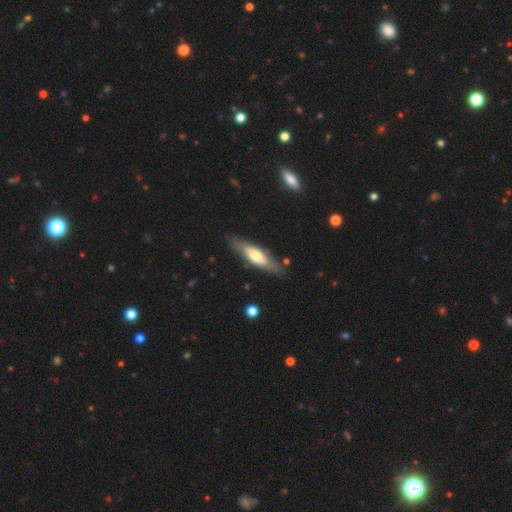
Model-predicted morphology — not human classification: Q: Smooth or featured?
A: smooth (50%); runner-up: featured or disk (45%)
Q: Merging?
A: none (83%); runner-up: minor disturbance (12%)